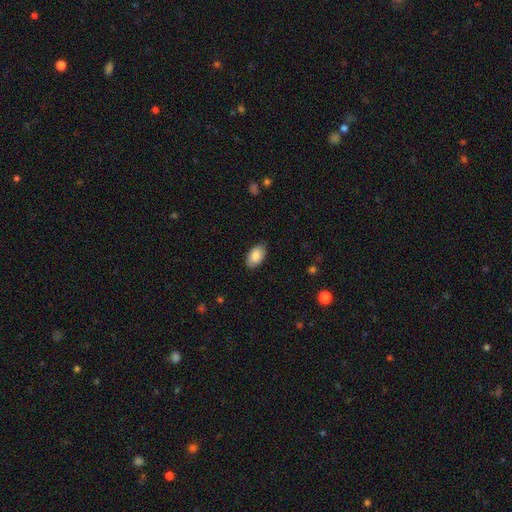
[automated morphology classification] Smooth or featured?
  - smooth: 87% *
  - featured or disk: 7%
  - star or artifact: 6%
How rounded?
  - in between: 95% *
  - round: 4%
  - cigar-shaped: 1%
Merging?
  - none: 85% *
  - minor disturbance: 12%
  - major disturbance: 2%
  - merger: 1%